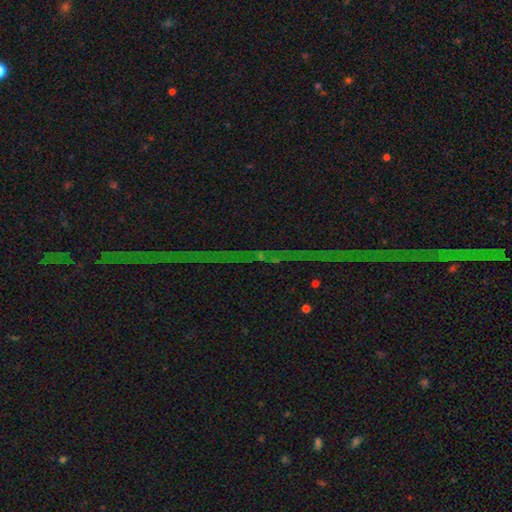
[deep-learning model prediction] Smooth or featured?
  - star or artifact: 84% *
  - featured or disk: 10%
  - smooth: 6%